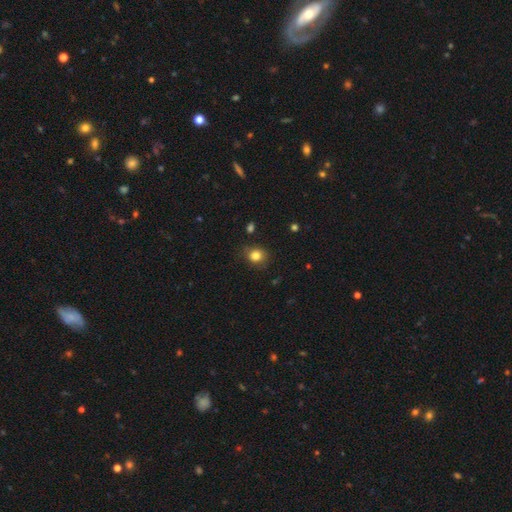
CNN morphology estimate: A smooth galaxy with no disk features (82%) that is round (67%). Merging: none (77%).